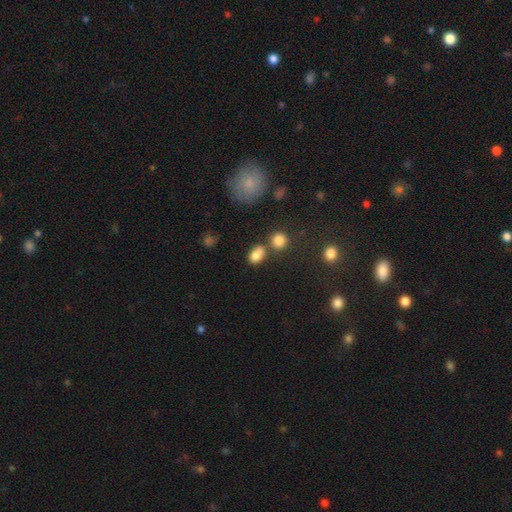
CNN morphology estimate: type=smooth (80%); roundness=in between (74%); merging=none (49%).